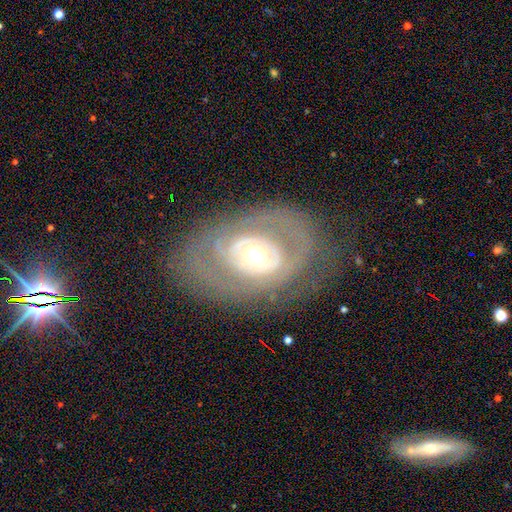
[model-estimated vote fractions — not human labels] Q: Smooth or featured?
A: featured or disk (78%); runner-up: smooth (17%)
Q: Edge-on disk?
A: no (94%); runner-up: yes (6%)
Q: Bar?
A: no (70%); runner-up: weak (21%)
Q: Spiral arms?
A: yes (57%); runner-up: no (43%)
Q: Bulge size?
A: moderate (67%); runner-up: large (16%)
Q: Merging?
A: none (74%); runner-up: minor disturbance (15%)